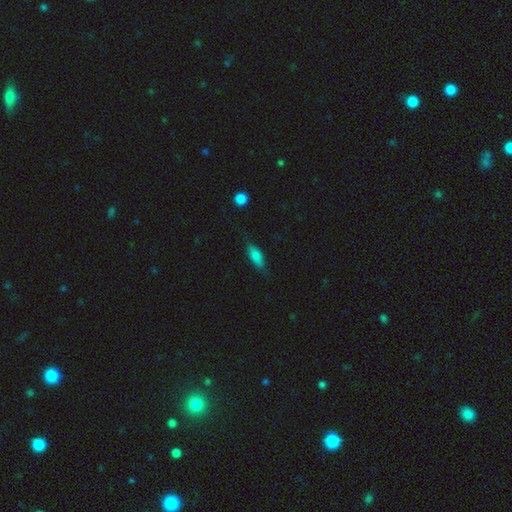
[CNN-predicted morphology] This is likely a smooth galaxy (78%). How rounded: likely in between (71%). Merging: likely none (76%).